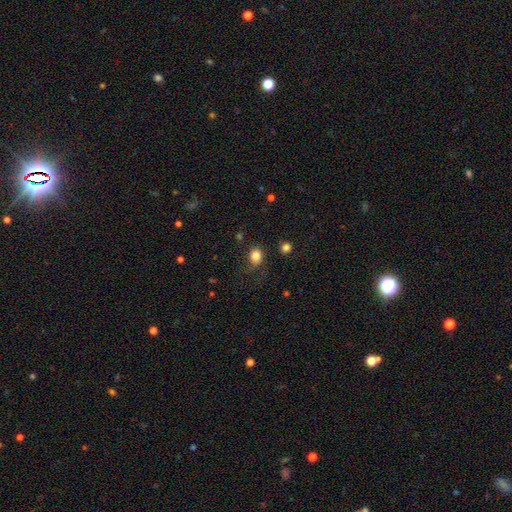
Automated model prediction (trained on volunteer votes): A smooth galaxy with no disk features (82%) that is round (62%).

Vote fractions:
- Smooth or featured? smooth: 82% / star or artifact: 11% / featured or disk: 6%
- How rounded? round: 62% / in between: 37% / cigar-shaped: 1%
- Merging? none: 63% / minor disturbance: 22% / major disturbance: 13% / merger: 2%